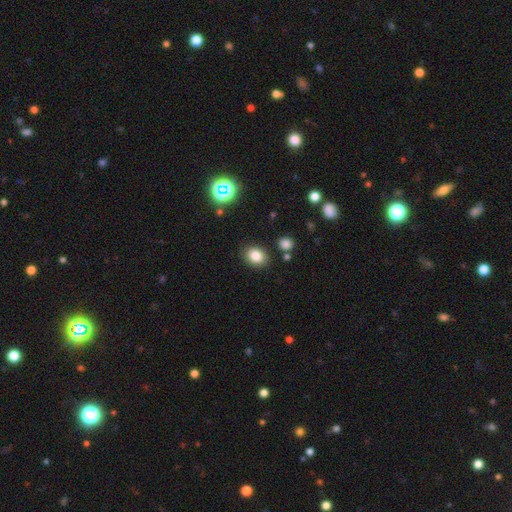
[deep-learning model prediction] Smooth or featured? smooth (82%)
How rounded? in between (52%)
Merging? none (84%)